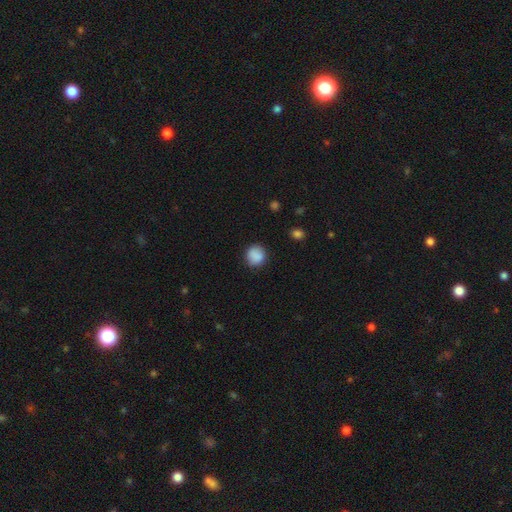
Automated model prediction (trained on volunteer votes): A smooth galaxy with no disk features (88%) that is round (86%).

Vote fractions:
- Smooth or featured? smooth: 88% / star or artifact: 8% / featured or disk: 4%
- How rounded? round: 86% / in between: 13% / cigar-shaped: 1%
- Merging? none: 85% / minor disturbance: 11% / major disturbance: 3% / merger: 1%